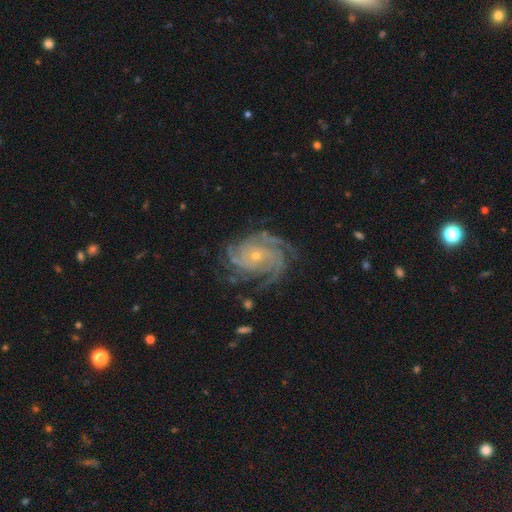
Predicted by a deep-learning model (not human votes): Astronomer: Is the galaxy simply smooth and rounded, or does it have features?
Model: featured or disk — 90%.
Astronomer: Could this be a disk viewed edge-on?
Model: no — 98%.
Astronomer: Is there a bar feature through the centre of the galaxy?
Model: no — 75%.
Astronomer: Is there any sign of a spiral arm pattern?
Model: yes — 98%.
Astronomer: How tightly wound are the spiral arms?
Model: tight — 69%.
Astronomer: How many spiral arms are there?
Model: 4 — 36% (runner-up: 3, 19%).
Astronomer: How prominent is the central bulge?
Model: small — 75%.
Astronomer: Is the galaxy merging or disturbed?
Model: none — 75%.